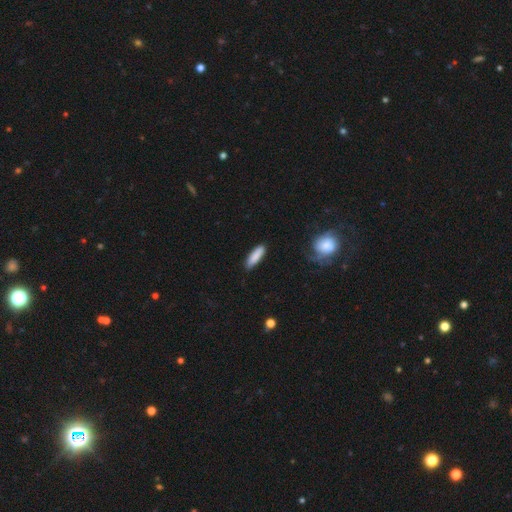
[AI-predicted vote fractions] Smooth or featured?
  - smooth: 87% *
  - featured or disk: 7%
  - star or artifact: 6%
How rounded?
  - cigar-shaped: 63% *
  - in between: 35%
  - round: 2%
Merging?
  - none: 84% *
  - minor disturbance: 12%
  - major disturbance: 2%
  - merger: 2%